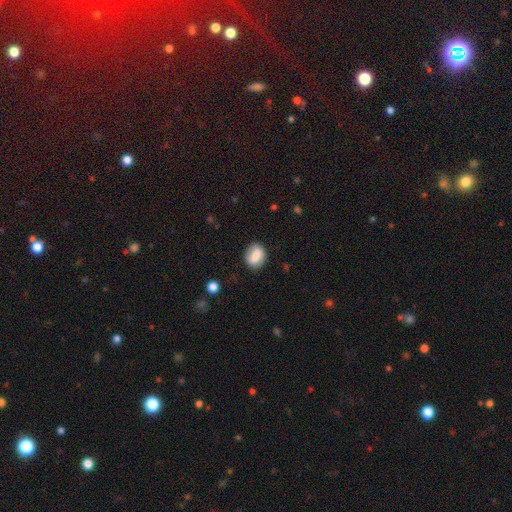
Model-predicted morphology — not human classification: A smooth galaxy with no disk features (77%) that is in between round and cigar-shaped (58%).

Vote fractions:
- Smooth or featured? smooth: 77% / featured or disk: 15% / star or artifact: 8%
- How rounded? in between: 58% / round: 40% / cigar-shaped: 2%
- Merging? none: 81% / minor disturbance: 14% / major disturbance: 4% / merger: 1%